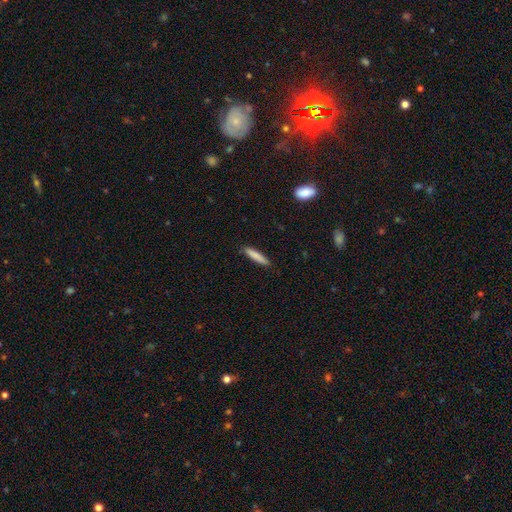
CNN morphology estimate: Smooth or featured? smooth (84%)
How rounded? cigar-shaped (90%)
Merging? none (89%)